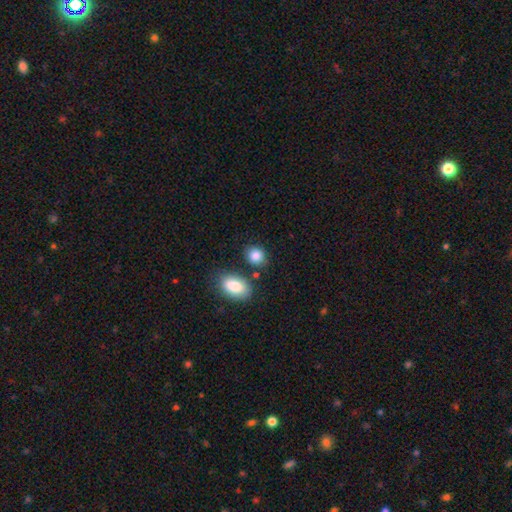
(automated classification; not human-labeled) This appears to be a smooth galaxy with no disk features (86%) that is round (56%). Merging: none (73%).